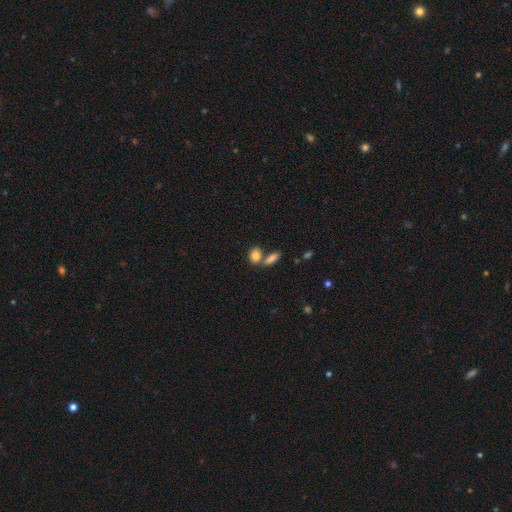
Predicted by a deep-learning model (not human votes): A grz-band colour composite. It shows a smooth galaxy with no disk features (84%) that is in between round and cigar-shaped (67%). Merging: none (52%).